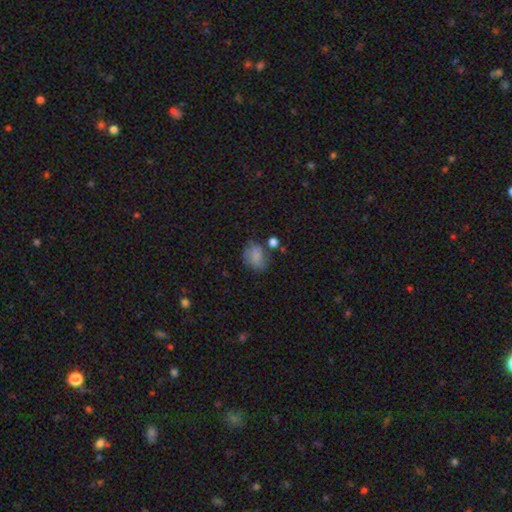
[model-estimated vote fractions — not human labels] smooth_or_featured: smooth (p=0.78) [alt: featured or disk p=0.11]
how_rounded: in between (p=0.66) [alt: round p=0.33]
merging: none (p=0.52) [alt: minor disturbance p=0.27]